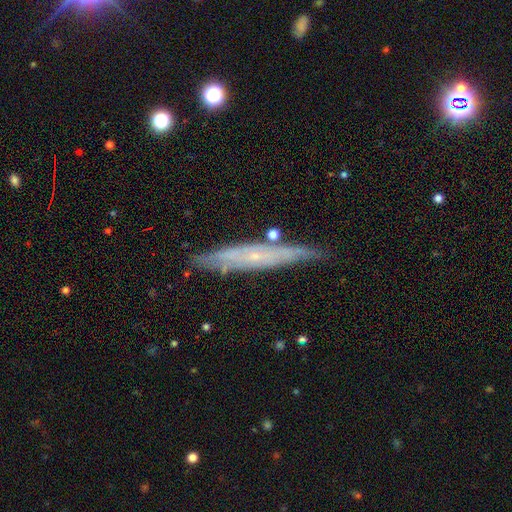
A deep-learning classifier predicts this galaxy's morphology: Q: Smooth or featured?
A: featured or disk (66%); runner-up: smooth (26%)
Q: Edge-on disk?
A: yes (77%); runner-up: no (23%)
Q: Edge-on bulge?
A: none (55%); runner-up: rounded (41%)
Q: Merging?
A: none (81%); runner-up: minor disturbance (14%)